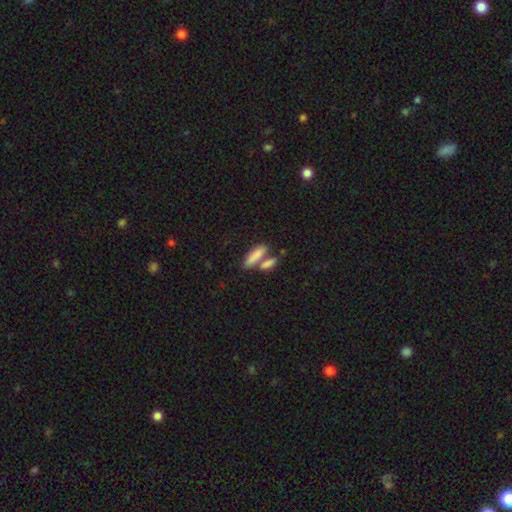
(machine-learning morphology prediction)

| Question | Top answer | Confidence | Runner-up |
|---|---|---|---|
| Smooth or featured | smooth | 81% | featured or disk (12%) |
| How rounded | cigar-shaped | 53% | in between (43%) |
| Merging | none | 44% | merger (43%) |